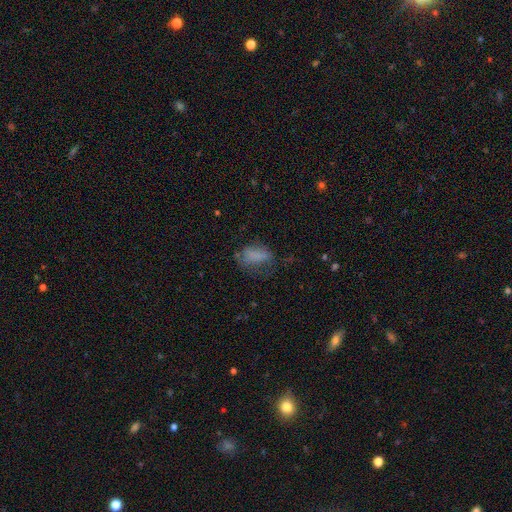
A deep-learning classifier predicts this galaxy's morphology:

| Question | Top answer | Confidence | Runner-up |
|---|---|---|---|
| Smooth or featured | smooth | 72% | featured or disk (15%) |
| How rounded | in between | 86% | round (10%) |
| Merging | none | 41% | minor disturbance (28%) |